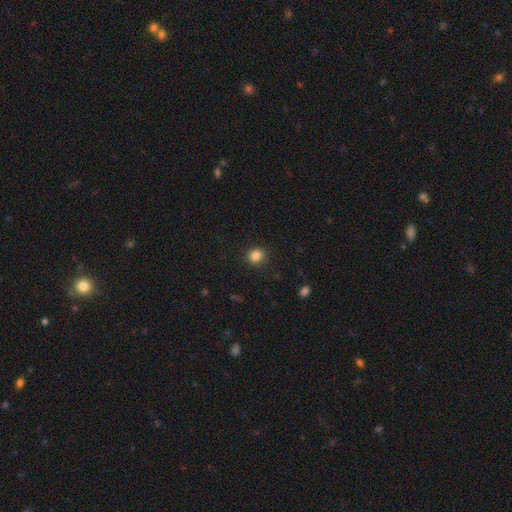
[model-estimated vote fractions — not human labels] smooth 84%, star or artifact 12%, featured or disk 4%. Down the decision tree: how rounded — round (85%); merging — none (89%).